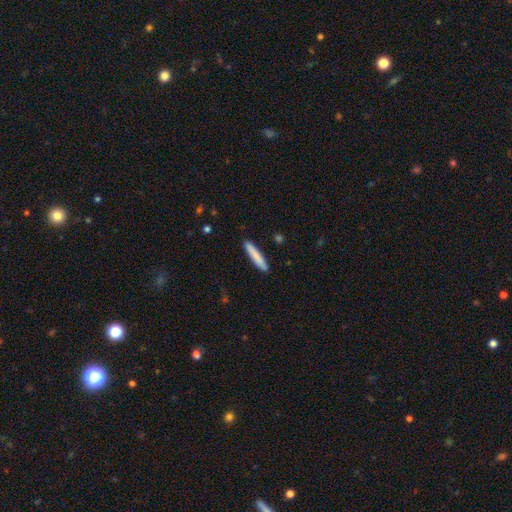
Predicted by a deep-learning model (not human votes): Overall: smooth (82%). How rounded: cigar-shaped (92%). Merging: none (90%).